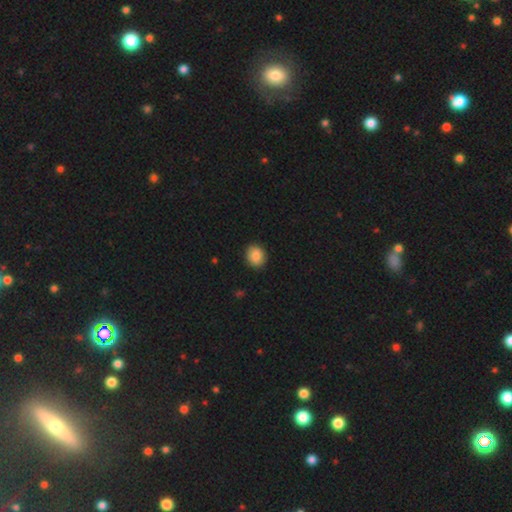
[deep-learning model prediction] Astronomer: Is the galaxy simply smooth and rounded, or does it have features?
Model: smooth — 87%.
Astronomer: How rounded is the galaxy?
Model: round — 64%.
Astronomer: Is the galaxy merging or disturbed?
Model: none — 89%.